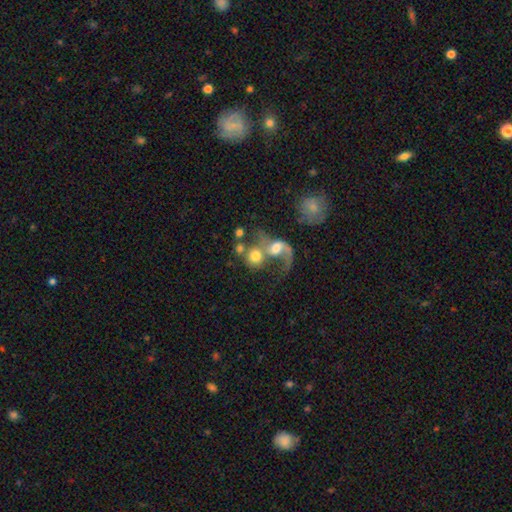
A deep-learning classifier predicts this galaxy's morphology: Smooth or featured? Predicted: smooth (p=0.55). How rounded? Predicted: round (p=0.76). Merging? Predicted: merger (p=0.65).